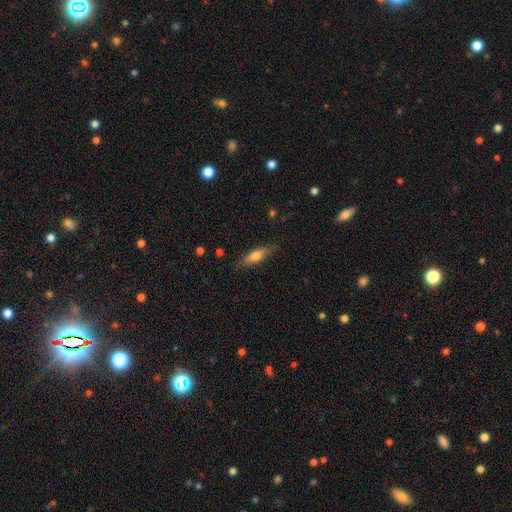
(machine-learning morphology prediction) Smooth or featured: smooth — 56% (featured or disk — 38%)
How rounded: cigar-shaped — 64% (in between — 33%)
Merging: none — 82% (minor disturbance — 13%)